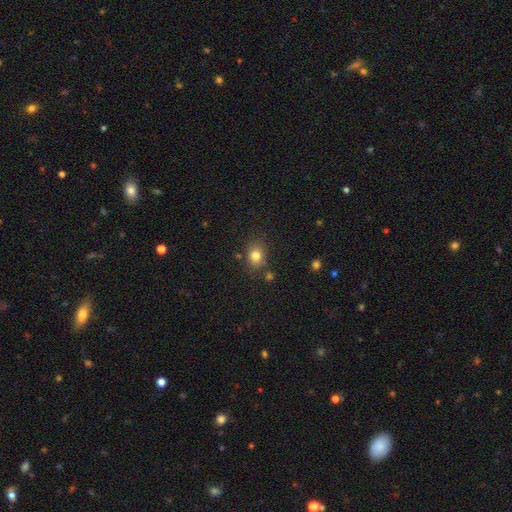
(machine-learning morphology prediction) This is likely a smooth galaxy (80%). How rounded: possibly round (52%). Merging: likely none (76%).